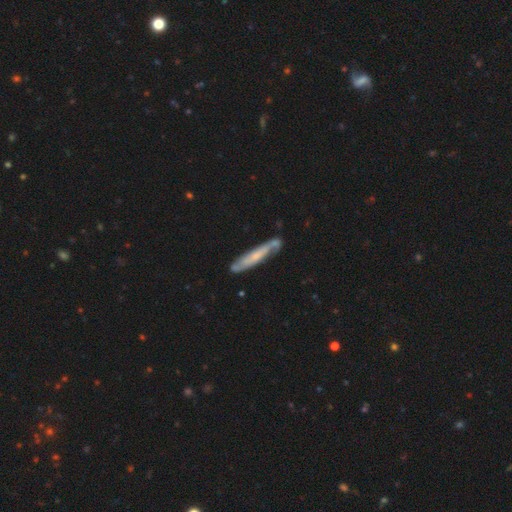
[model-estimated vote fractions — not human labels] smooth-or-featured: featured or disk: 53% | smooth: 40% | star or artifact: 6%
  disk-edge-on: yes: 65% | no: 35%
  merging: none: 66% | minor disturbance: 20% | merger: 9% | major disturbance: 5%